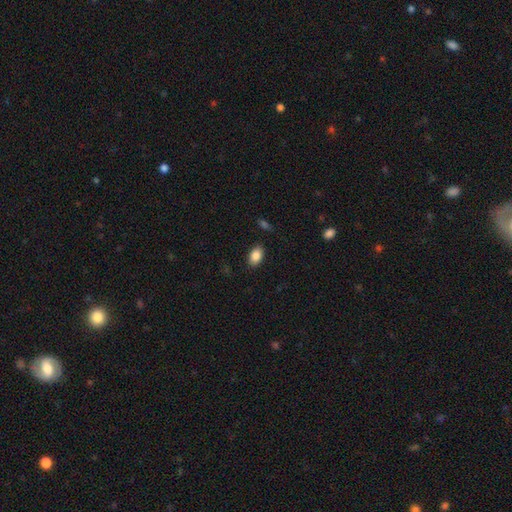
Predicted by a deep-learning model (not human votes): Smooth or featured? Predicted: smooth (p=0.87). How rounded? Predicted: in between (p=0.89). Merging? Predicted: none (p=0.86).